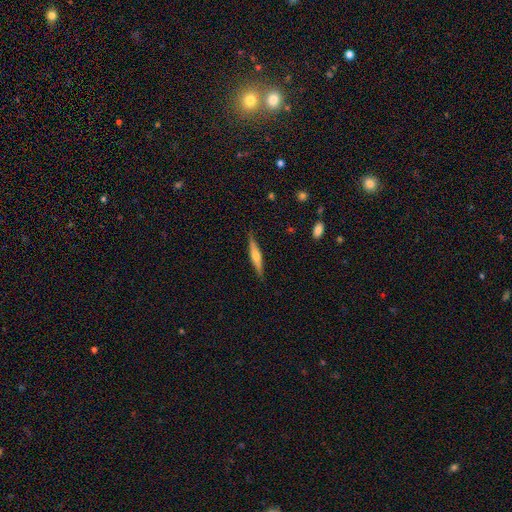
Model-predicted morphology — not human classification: smooth_or_featured: featured or disk (p=0.63) [alt: smooth p=0.31]
disk_edge_on: yes (p=0.97) [alt: no p=0.03]
edge_on_bulge: rounded (p=0.86) [alt: boxy p=0.08]
merging: none (p=0.88) [alt: minor disturbance p=0.09]